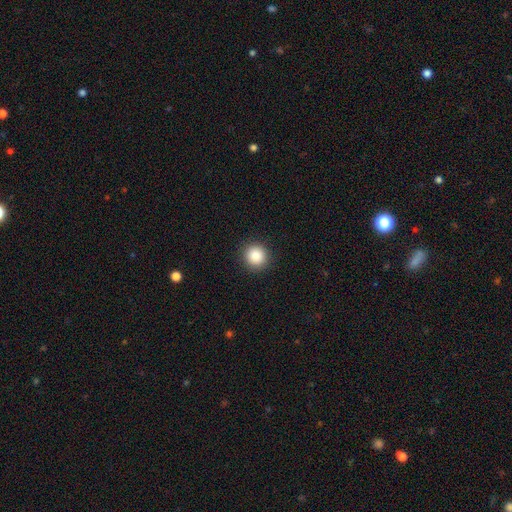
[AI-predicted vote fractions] Smooth or featured: smooth — 86% (star or artifact — 10%)
How rounded: round — 93% (in between — 6%)
Merging: none — 92% (minor disturbance — 6%)